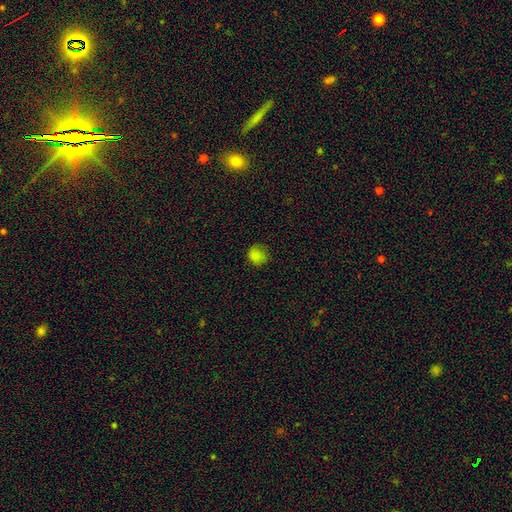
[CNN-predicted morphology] This appears to be a smooth galaxy with no disk features (81%) that is round (80%). Merging: none (75%).